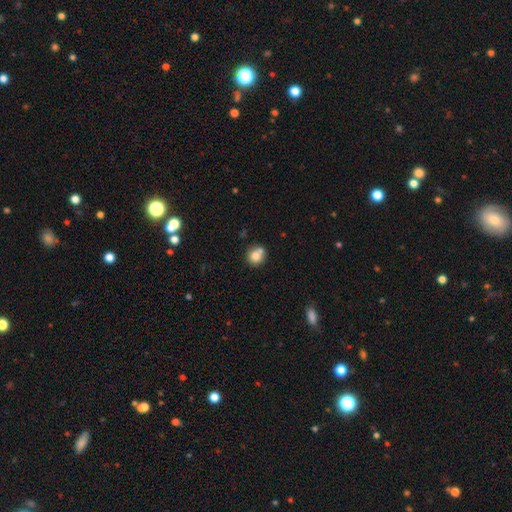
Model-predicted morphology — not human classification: Smooth or featured? smooth (76%)
How rounded? round (87%)
Merging? none (57%)